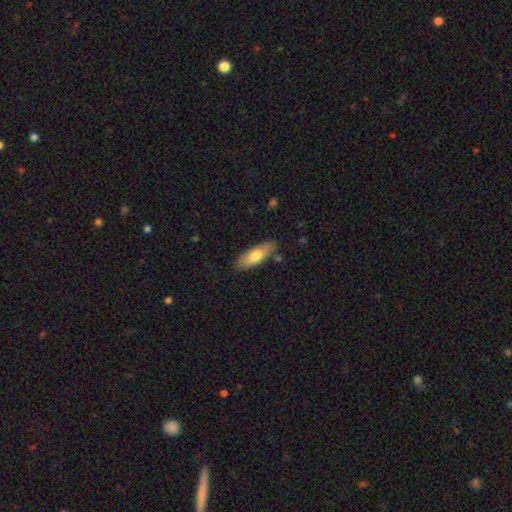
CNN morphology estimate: smooth-or-featured: smooth: 71% | featured or disk: 23% | star or artifact: 6%
  how-rounded: in between: 64% | cigar-shaped: 34% | round: 2%
  merging: none: 84% | minor disturbance: 12% | major disturbance: 2% | merger: 2%